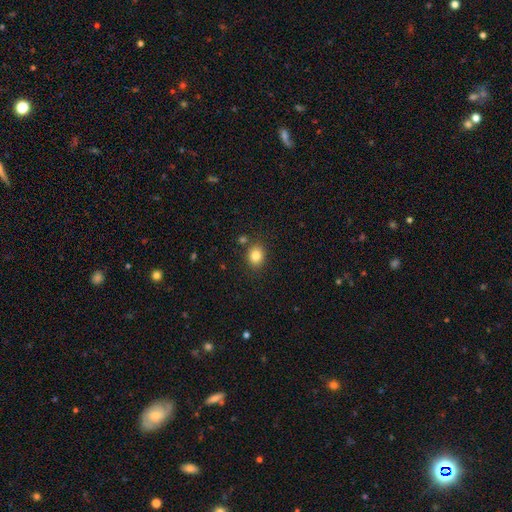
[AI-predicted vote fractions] Overall: smooth (84%). How rounded: round (57%; in between 43%). Merging: none (81%).